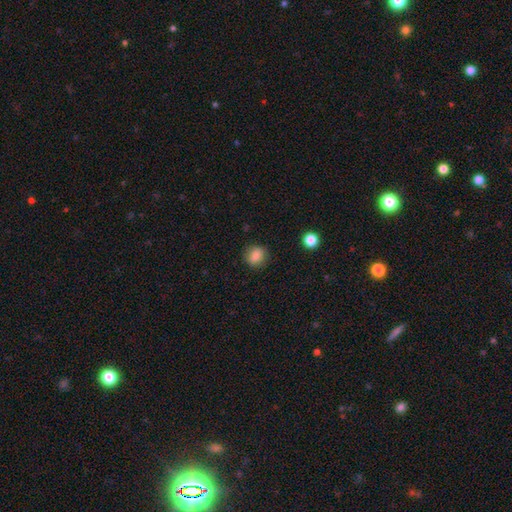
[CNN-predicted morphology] smooth-or-featured: smooth: 84% | star or artifact: 10% | featured or disk: 5%
  how-rounded: round: 74% | in between: 25% | cigar-shaped: 1%
  merging: none: 86% | minor disturbance: 10% | major disturbance: 3% | merger: 1%